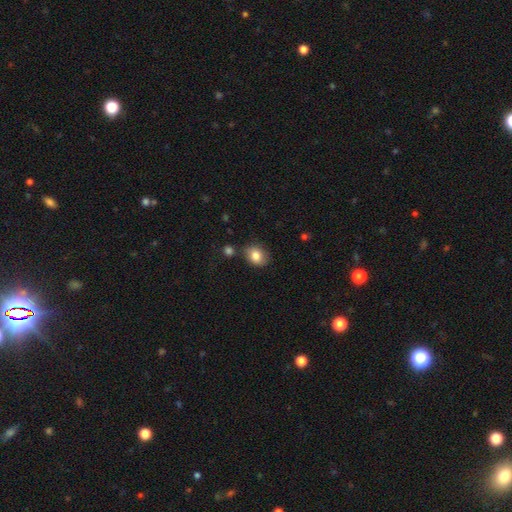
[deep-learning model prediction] The model was most divided on "how rounded": in between: 52%, round: 47%, cigar-shaped: 1%. More confident: smooth or featured — smooth (83%); merging — none (74%).